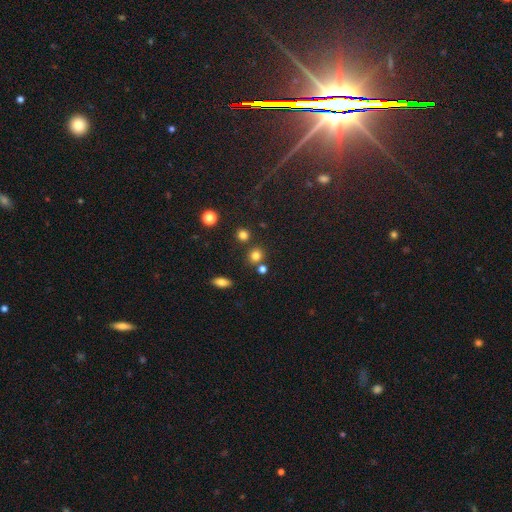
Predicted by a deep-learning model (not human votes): Smooth or featured: smooth — 79% (star or artifact — 15%)
How rounded: round — 84% (in between — 15%)
Merging: none — 76% (merger — 12%)